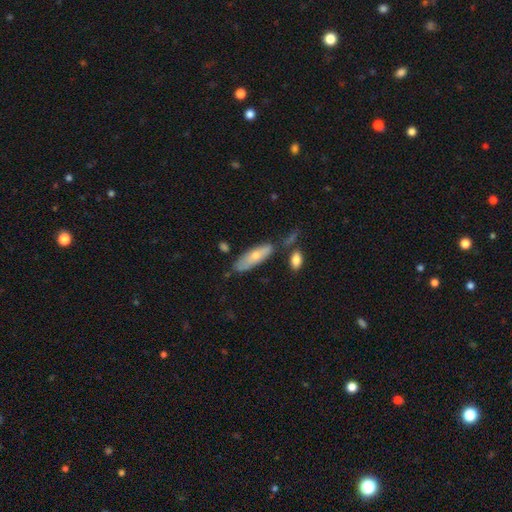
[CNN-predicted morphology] Overall: smooth (63%; featured or disk 31%). How rounded: in between (51%; cigar-shaped 47%). Merging: none (61%; minor disturbance 23%).